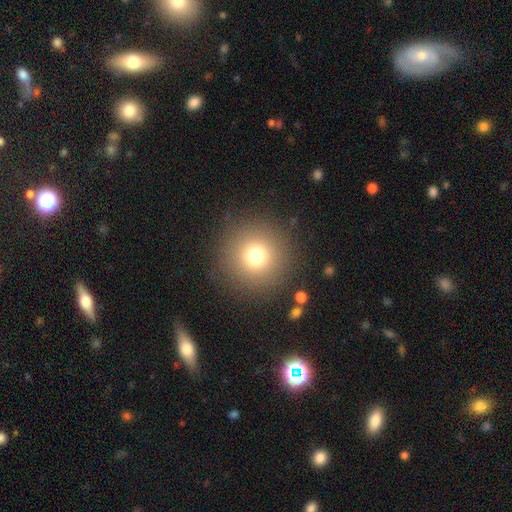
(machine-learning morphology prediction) Smooth or featured? smooth (73%)
How rounded? round (96%)
Merging? none (89%)